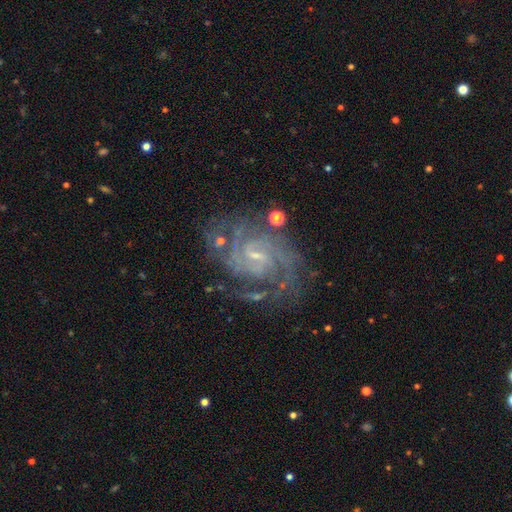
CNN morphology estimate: type=featured or disk (91%); edge-on=no (98%); bar=weak (55%); spiral arms=yes (98%); winding=tight (57%); arm count=2 (46%); bulge=small (75%); merging=none (70%).